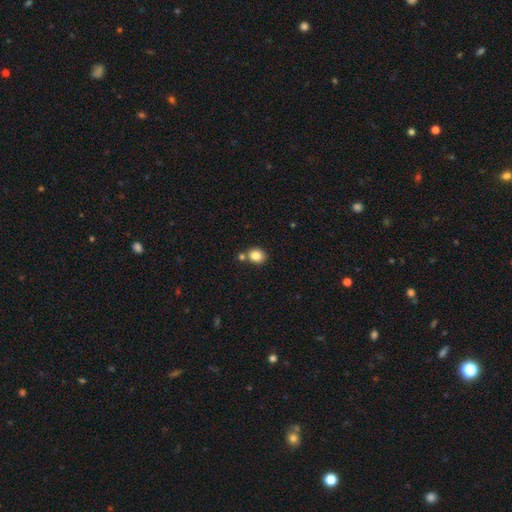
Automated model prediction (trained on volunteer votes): Smooth or featured? Predicted: smooth (p=0.83). How rounded? Predicted: round (p=0.67). Merging? Predicted: none (p=0.66).